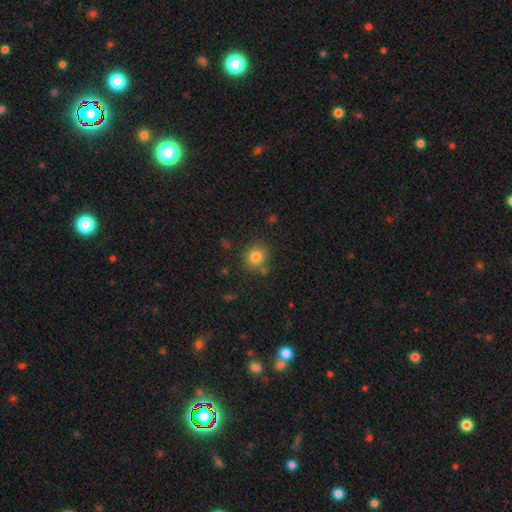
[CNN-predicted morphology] type=smooth (81%); roundness=round (82%); merging=none (79%).